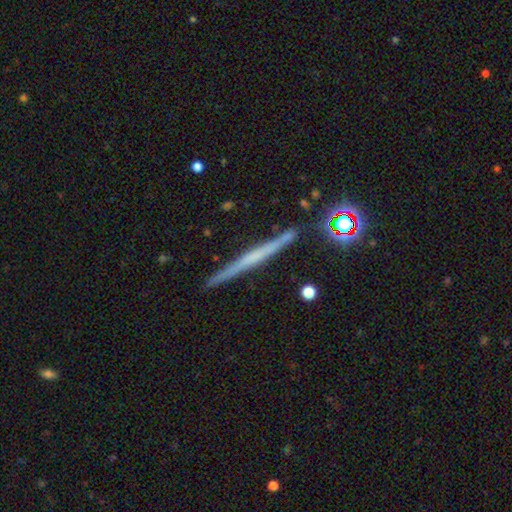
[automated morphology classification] Q: Smooth or featured?
A: featured or disk (61%); runner-up: smooth (28%)
Q: Edge-on disk?
A: yes (97%); runner-up: no (3%)
Q: Edge-on bulge?
A: none (73%); runner-up: rounded (18%)
Q: Merging?
A: none (88%); runner-up: minor disturbance (8%)